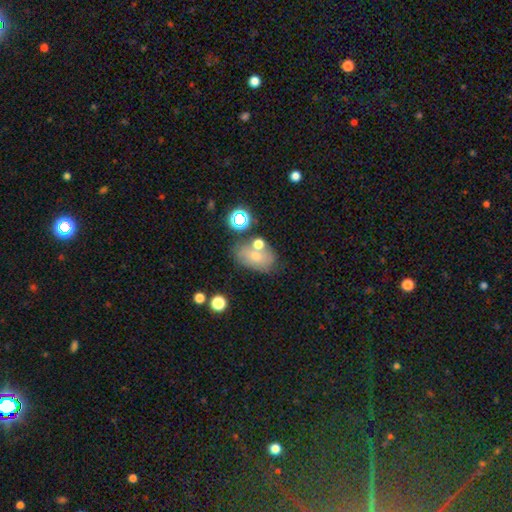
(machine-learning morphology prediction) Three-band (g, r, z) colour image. It shows a smooth galaxy with no disk features (63%) that is in between round and cigar-shaped (82%). Merging: none (50%).